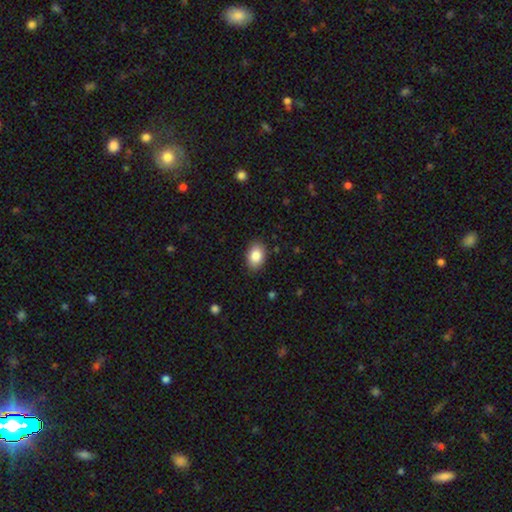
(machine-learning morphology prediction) Overall: smooth (86%). How rounded: in between (82%). Merging: none (87%).